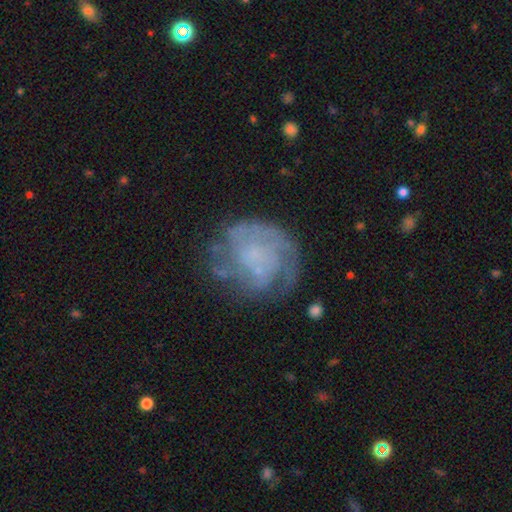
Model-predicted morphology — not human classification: This appears to be a featured or disk galaxy (73%) with no bar (78%), tight (56%) spiral arms (83%) and no central bulge (44%). Merging: none (62%).